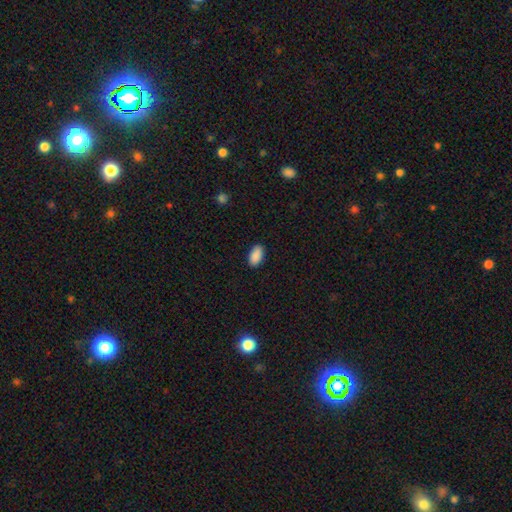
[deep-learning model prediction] Smooth or featured? smooth (90%)
How rounded? in between (94%)
Merging? none (88%)